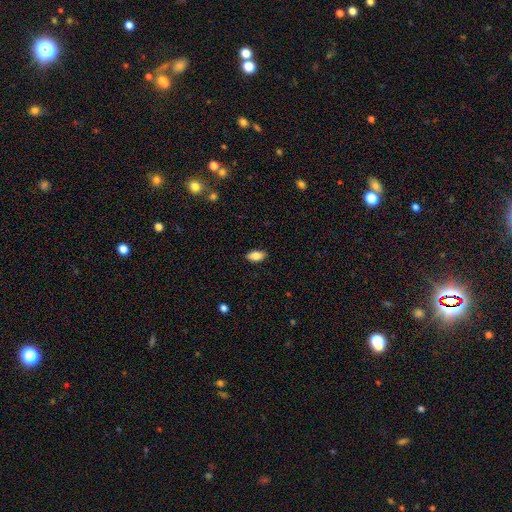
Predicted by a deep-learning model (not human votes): This is clearly a smooth galaxy (86%). How rounded: clearly in between (91%). Merging: clearly none (88%).